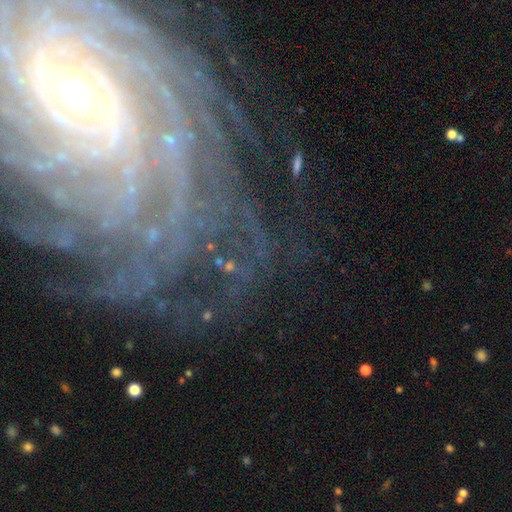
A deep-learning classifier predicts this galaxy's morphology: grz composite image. It shows a featured or disk galaxy (75%) with no bar (46%), tight (75%) spiral arms (93%) and a small central bulge (66%). Merging: none (71%).